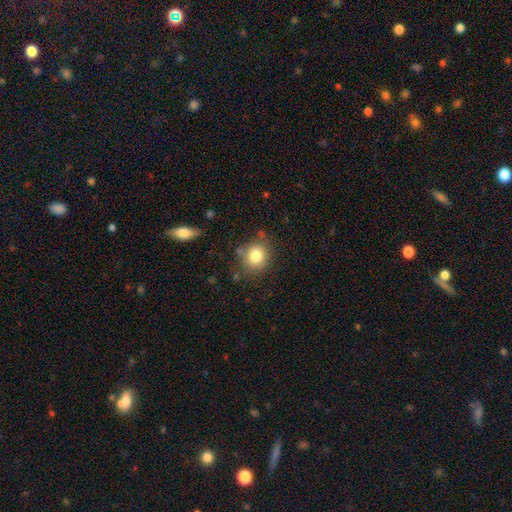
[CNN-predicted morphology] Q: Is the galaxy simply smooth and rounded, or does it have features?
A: smooth — 81%.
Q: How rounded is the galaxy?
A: round — 82%.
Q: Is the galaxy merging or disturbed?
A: none — 77%.